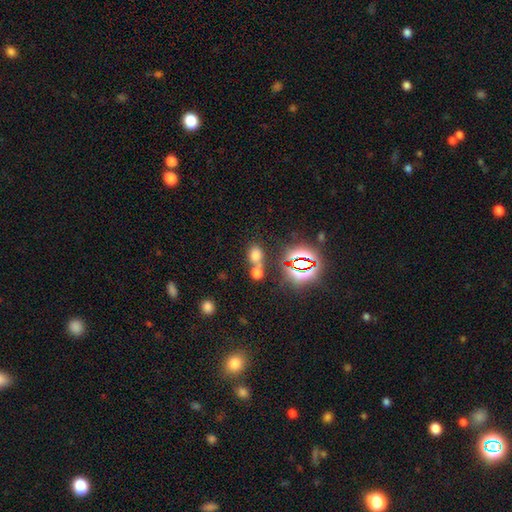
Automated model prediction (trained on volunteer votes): Smooth or featured? smooth (63%)
How rounded? in between (54%)
Merging? merger (44%, tied with none)